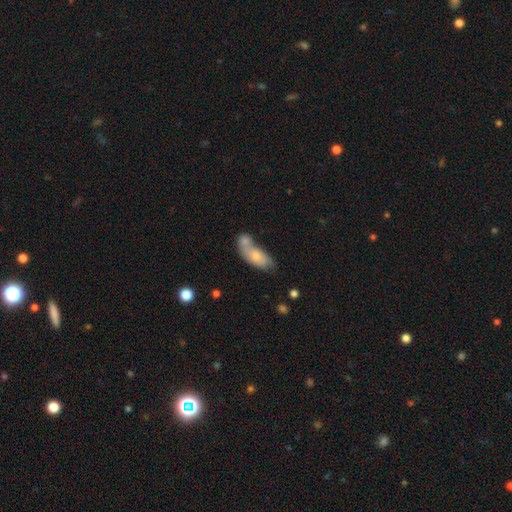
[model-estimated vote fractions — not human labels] smooth-or-featured: smooth: 69% | featured or disk: 24% | star or artifact: 7%
  how-rounded: in between: 84% | cigar-shaped: 11% | round: 5%
  merging: merger: 56% | none: 23% | minor disturbance: 13% | major disturbance: 8%